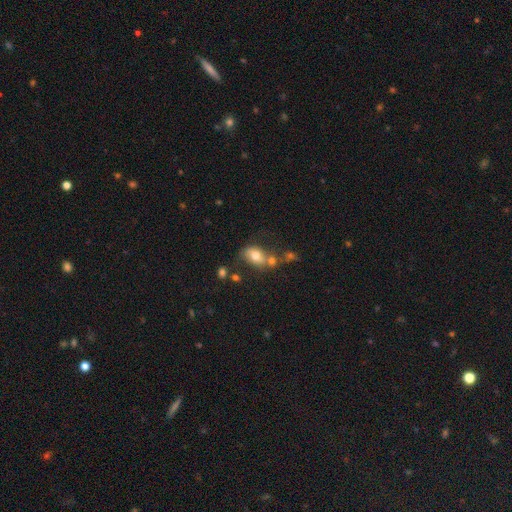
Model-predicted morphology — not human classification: type=smooth (66%); roundness=in between (78%); merging=none (40%).